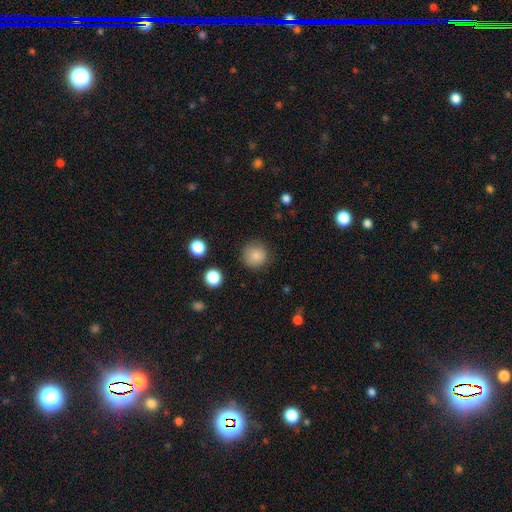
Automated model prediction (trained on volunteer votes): Smooth or featured? Predicted: smooth (p=0.85). How rounded? Predicted: round (p=0.94). Merging? Predicted: none (p=0.86).